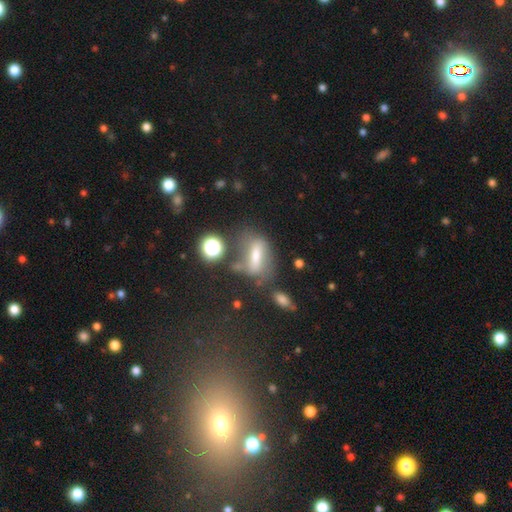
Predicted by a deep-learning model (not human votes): featured or disk 46%, smooth 34%, star or artifact 21%. Down the decision tree: merging — none (53%).